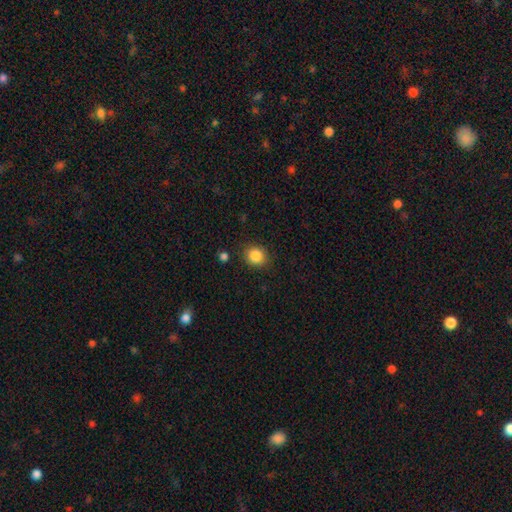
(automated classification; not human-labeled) smooth-or-featured: smooth: 86% | star or artifact: 10% | featured or disk: 4%
  how-rounded: round: 80% | in between: 19% | cigar-shaped: 1%
  merging: none: 86% | minor disturbance: 9% | major disturbance: 3% | merger: 2%